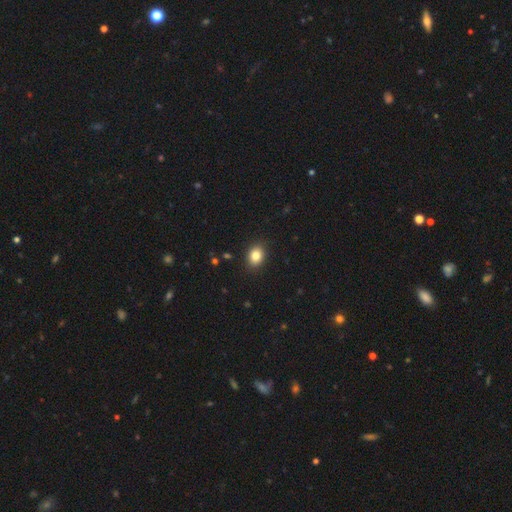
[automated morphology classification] Overall: smooth (84%). How rounded: in between (63%; round 36%). Merging: none (89%).